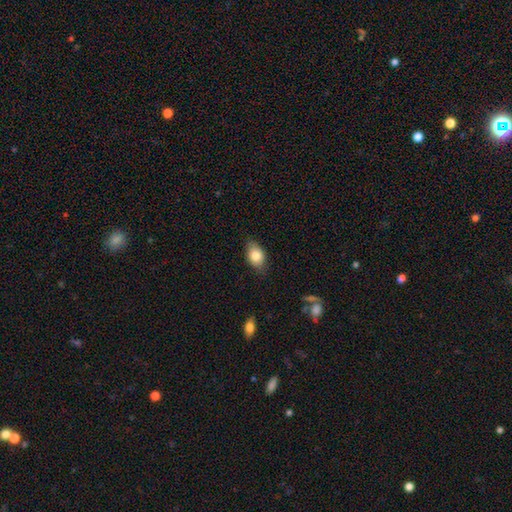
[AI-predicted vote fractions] This appears to be a smooth galaxy with no disk features (82%) that is in between round and cigar-shaped (86%). Merging: none (79%).